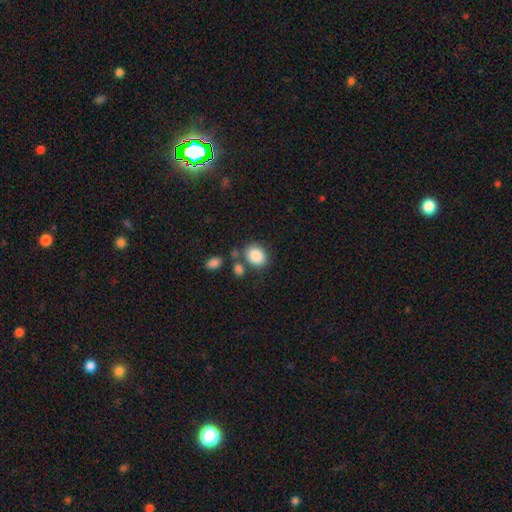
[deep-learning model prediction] Overall: smooth (87%). How rounded: in between (56%; round 43%). Merging: none (64%).